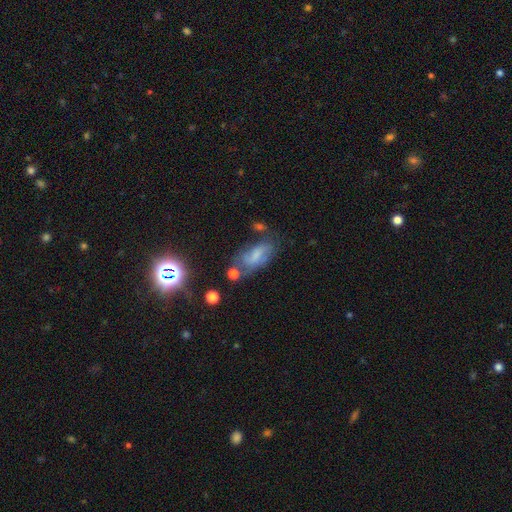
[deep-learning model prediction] smooth-or-featured: smooth: 47% | featured or disk: 39% | star or artifact: 15%
  merging: none: 48% | minor disturbance: 27% | major disturbance: 15% | merger: 11%